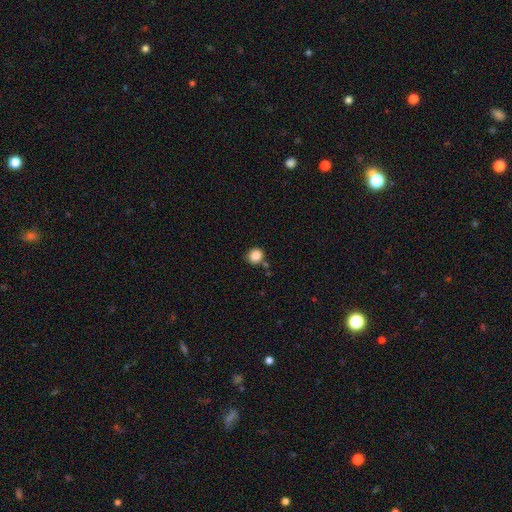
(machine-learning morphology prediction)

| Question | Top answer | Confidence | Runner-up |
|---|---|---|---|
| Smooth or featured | smooth | 87% | star or artifact (10%) |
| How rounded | round | 82% | in between (17%) |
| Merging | none | 75% | minor disturbance (13%) |